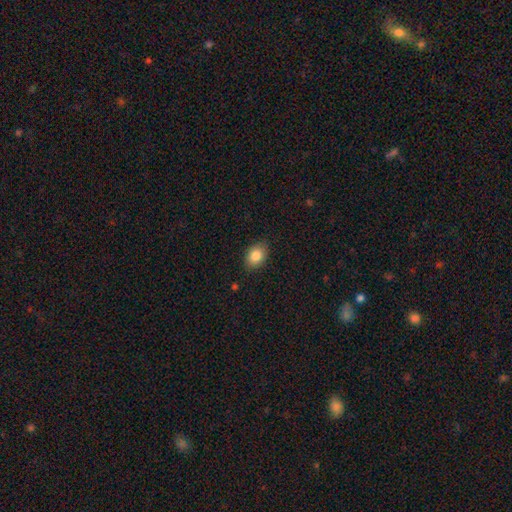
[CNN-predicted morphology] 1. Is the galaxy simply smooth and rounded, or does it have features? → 85% smooth, 8% star or artifact, 7% featured or disk.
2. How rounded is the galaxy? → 74% in between, 25% round, 1% cigar-shaped.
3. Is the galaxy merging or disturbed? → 85% none, 12% minor disturbance, 2% major disturbance, 1% merger.